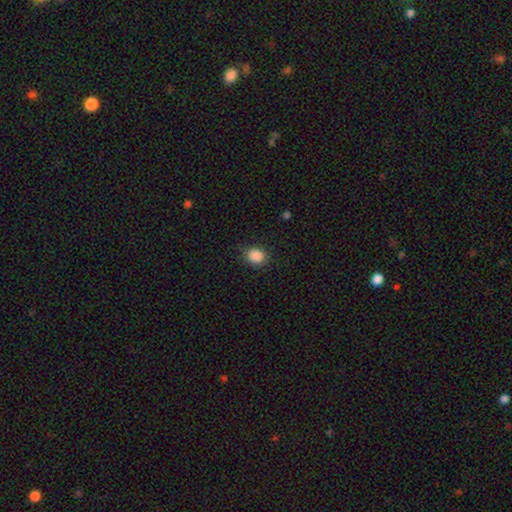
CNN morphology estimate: The model was most divided on "how rounded": round: 62%, in between: 37%, cigar-shaped: 1%. More confident: smooth or featured — smooth (88%); merging — none (84%).